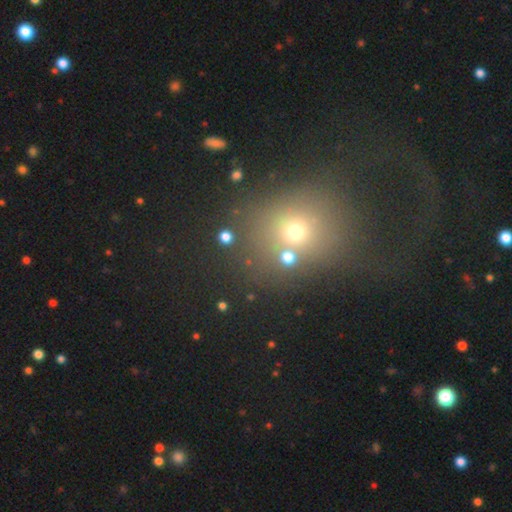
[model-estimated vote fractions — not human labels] Smooth or featured: smooth — 50% (star or artifact — 34%)
Merging: none — 43% (major disturbance — 29%)